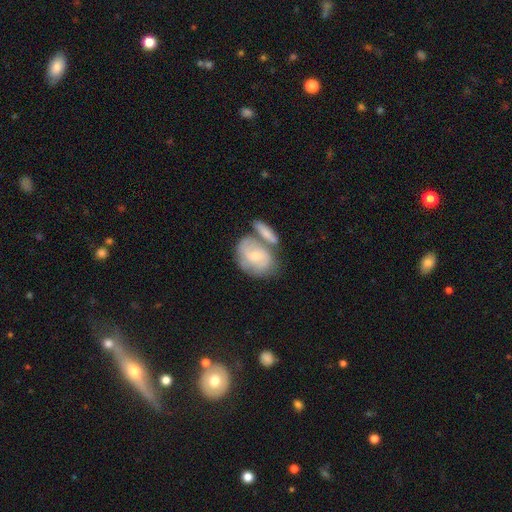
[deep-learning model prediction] featured or disk 52%, smooth 42%, star or artifact 6%. Down the decision tree: edge-on disk — no (94%); merging — merger (42%).